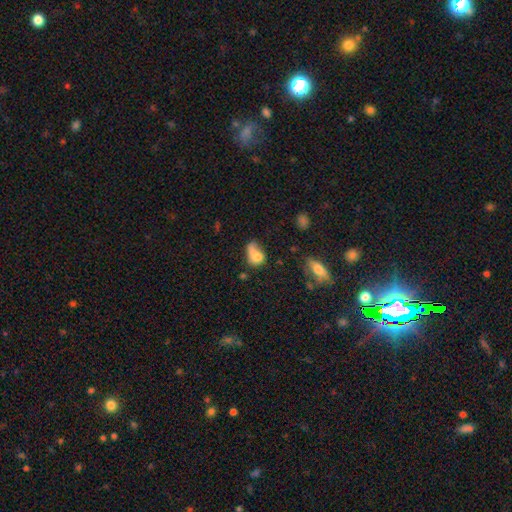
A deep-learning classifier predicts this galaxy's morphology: Q: Smooth or featured?
A: smooth (70%); runner-up: featured or disk (18%)
Q: How rounded?
A: in between (68%); runner-up: round (28%)
Q: Merging?
A: none (28%); runner-up: major disturbance (26%)